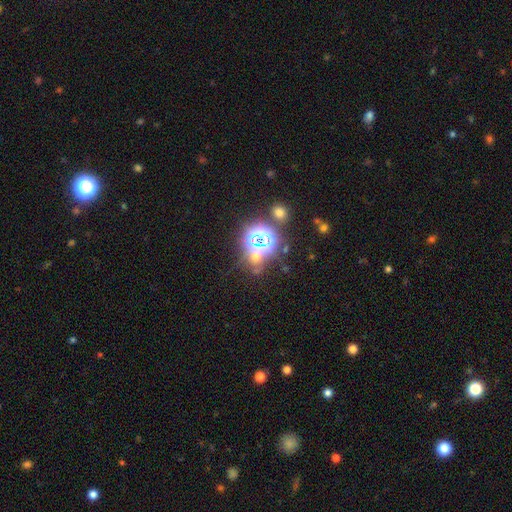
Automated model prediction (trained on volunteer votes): This appears to be a star or artifact, not a galaxy (61%).